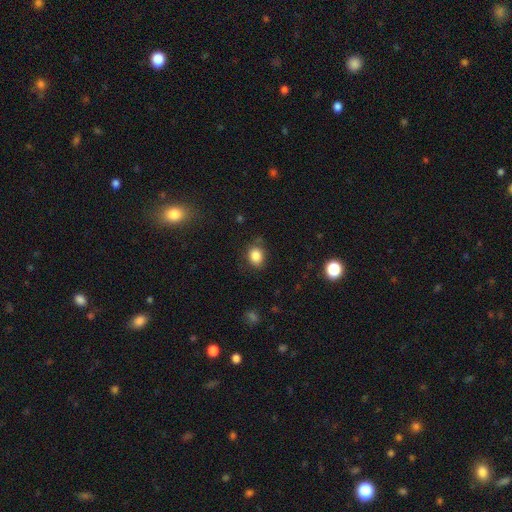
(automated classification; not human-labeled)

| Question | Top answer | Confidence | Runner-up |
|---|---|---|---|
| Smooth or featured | smooth | 85% | star or artifact (10%) |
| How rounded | in between | 52% | round (47%) |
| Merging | none | 76% | minor disturbance (18%) |